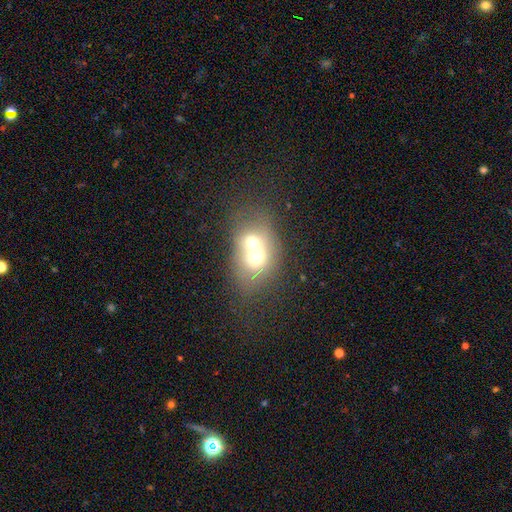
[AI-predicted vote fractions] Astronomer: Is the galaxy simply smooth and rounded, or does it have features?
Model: smooth — 58%.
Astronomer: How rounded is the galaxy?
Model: in between — 50% (runner-up: round, 49%).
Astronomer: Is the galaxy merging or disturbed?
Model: merger — 74%.